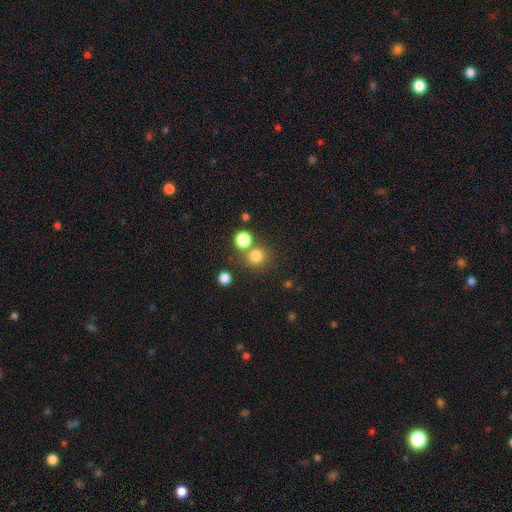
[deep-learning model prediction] A smooth galaxy with no disk features (78%) that is round (90%). Merging: none (68%).